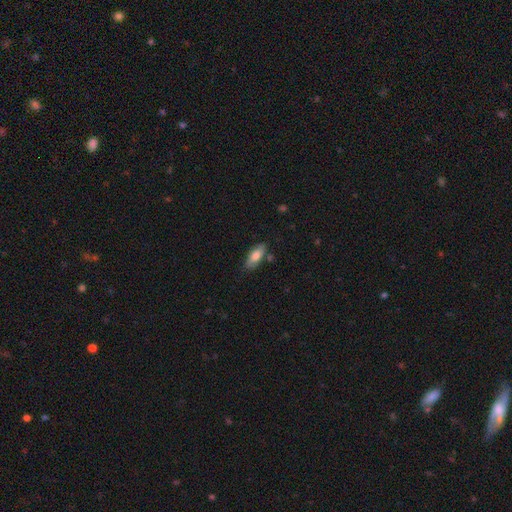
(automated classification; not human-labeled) Overall: smooth (73%). How rounded: in between (79%). Merging: none (74%).